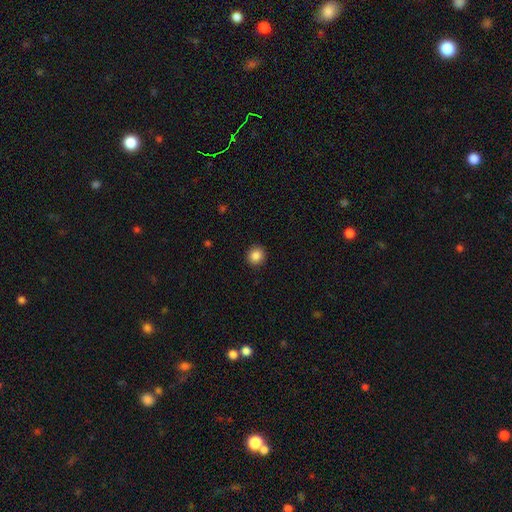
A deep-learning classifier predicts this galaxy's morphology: Smooth or featured: smooth — 86% (star or artifact — 10%)
How rounded: round — 89% (in between — 10%)
Merging: none — 91% (minor disturbance — 6%)